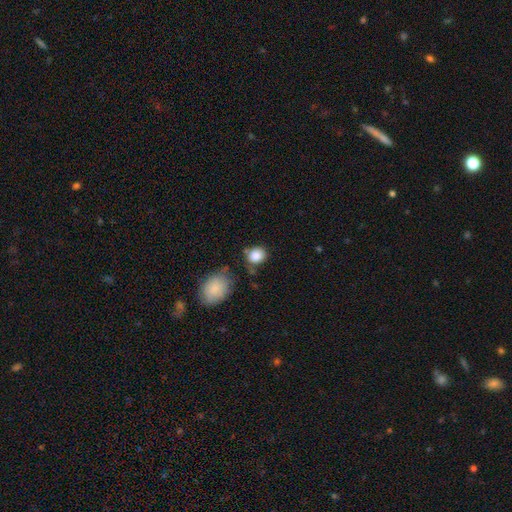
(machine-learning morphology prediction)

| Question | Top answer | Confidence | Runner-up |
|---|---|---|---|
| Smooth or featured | smooth | 86% | star or artifact (9%) |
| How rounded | round | 71% | in between (27%) |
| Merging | none | 67% | minor disturbance (20%) |